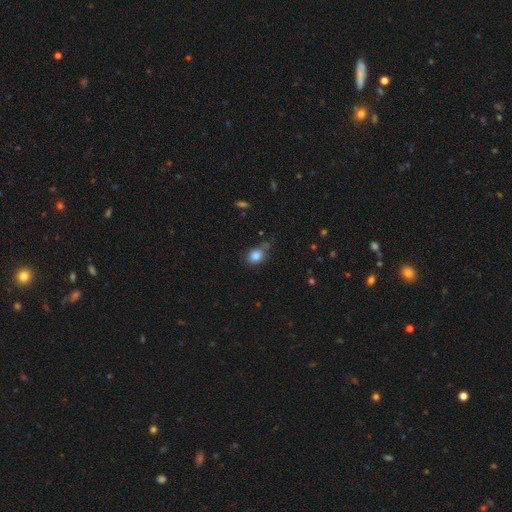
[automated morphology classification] smooth 84%, star or artifact 10%, featured or disk 6%. Down the decision tree: how rounded — round (49%, tied with in between); merging — none (51%).